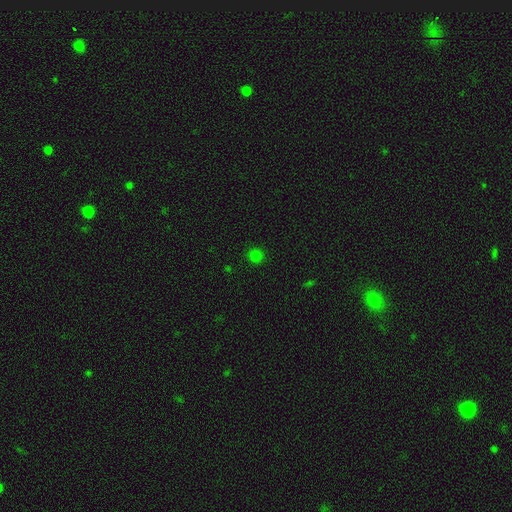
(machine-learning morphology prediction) Smooth or featured? smooth (77%)
How rounded? round (93%)
Merging? none (91%)